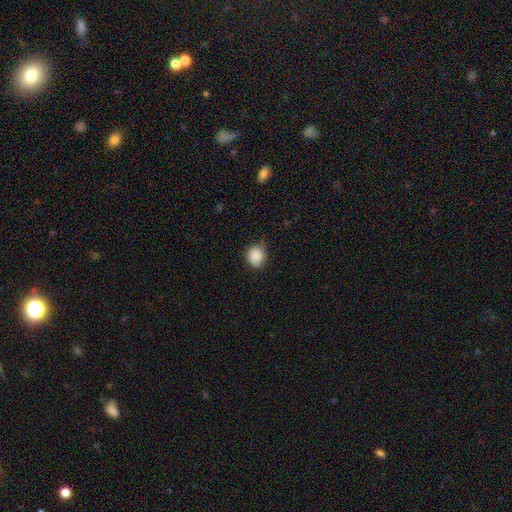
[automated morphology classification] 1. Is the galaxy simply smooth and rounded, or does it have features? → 87% smooth, 8% star or artifact, 4% featured or disk.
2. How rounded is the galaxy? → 74% round, 25% in between, 1% cigar-shaped.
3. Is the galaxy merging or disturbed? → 68% none, 26% minor disturbance, 4% major disturbance, 1% merger.